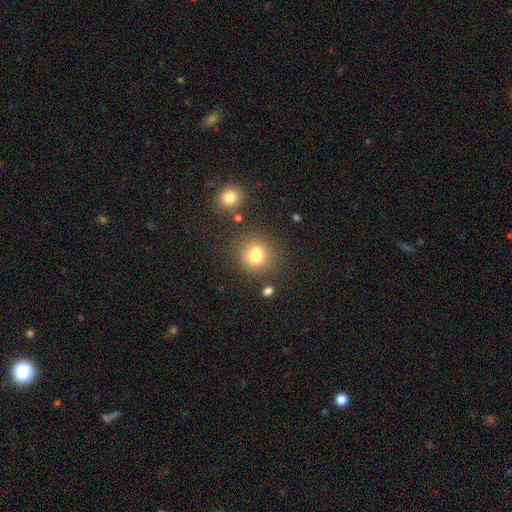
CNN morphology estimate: Q: Smooth or featured?
A: smooth (72%); runner-up: featured or disk (15%)
Q: How rounded?
A: round (87%); runner-up: in between (12%)
Q: Merging?
A: none (59%); runner-up: merger (26%)